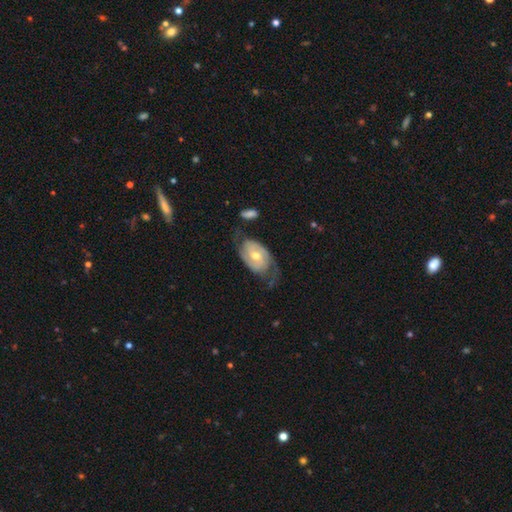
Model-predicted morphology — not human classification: featured or disk 85%, smooth 10%, star or artifact 5%. Down the decision tree: edge-on disk — no (96%); bar — no (56%); spiral arms — yes (95%); spiral arm count — 2 (86%); spiral winding — tight (46%); bulge size — moderate (65%); merging — none (64%).